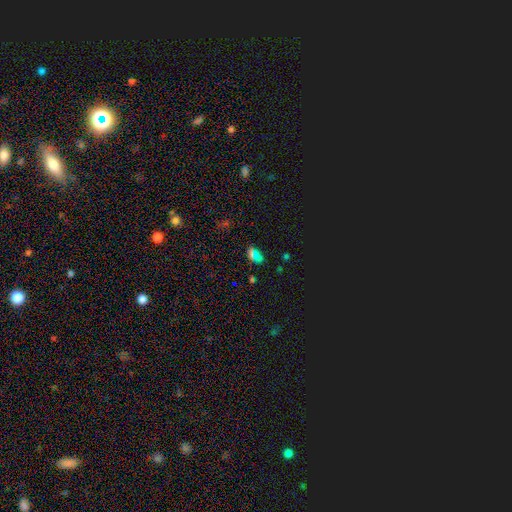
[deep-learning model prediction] The model was most divided on "smooth or featured": star or artifact: 46%, smooth: 45%, featured or disk: 9%.